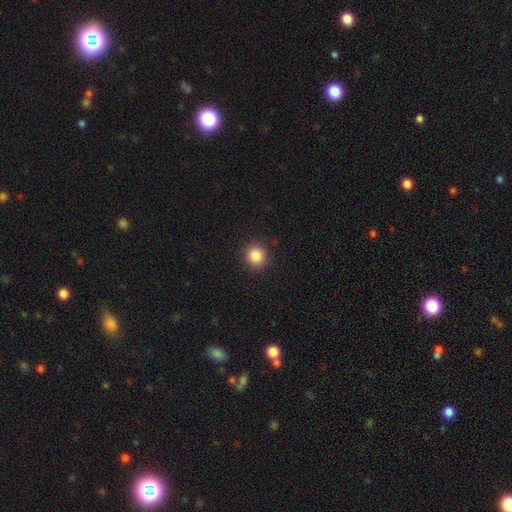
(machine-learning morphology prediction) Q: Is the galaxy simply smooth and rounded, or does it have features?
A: smooth — 86%.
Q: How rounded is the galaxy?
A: round — 93%.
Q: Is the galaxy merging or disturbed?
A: none — 90%.